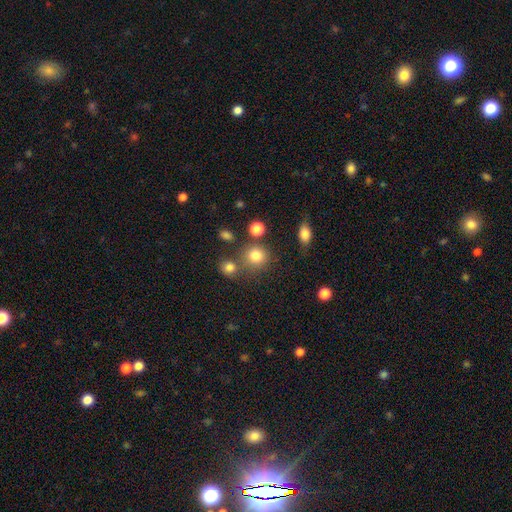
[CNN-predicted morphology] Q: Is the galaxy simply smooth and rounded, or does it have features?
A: smooth — 80%.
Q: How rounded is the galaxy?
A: round — 86%.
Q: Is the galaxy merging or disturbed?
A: none — 70%.